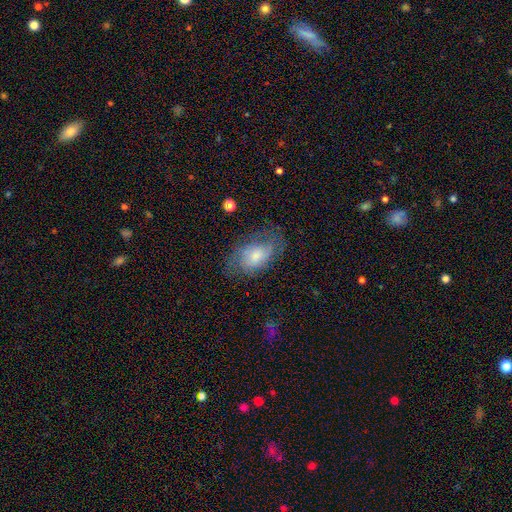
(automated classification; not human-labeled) The model was most divided on "smooth or featured": smooth: 51%, featured or disk: 41%, star or artifact: 8%. More confident: how rounded — in between (88%); merging — none (60%).